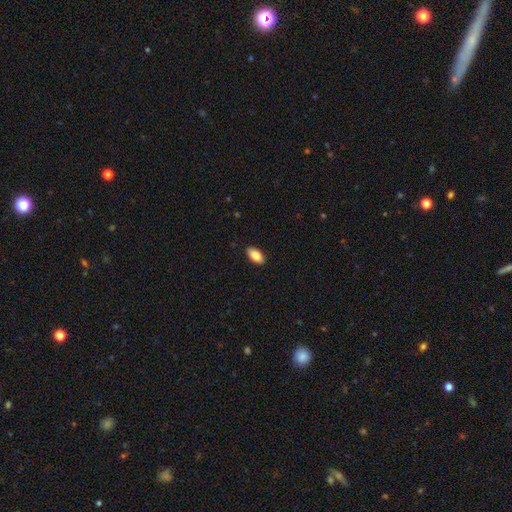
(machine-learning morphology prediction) The model was most divided on "smooth or featured": smooth: 86%, featured or disk: 8%, star or artifact: 7%. More confident: how rounded — in between (93%); merging — none (90%).